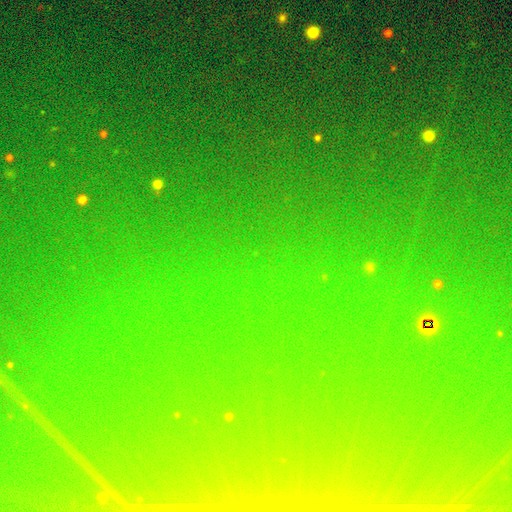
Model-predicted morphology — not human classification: Overall: star or artifact (79%).